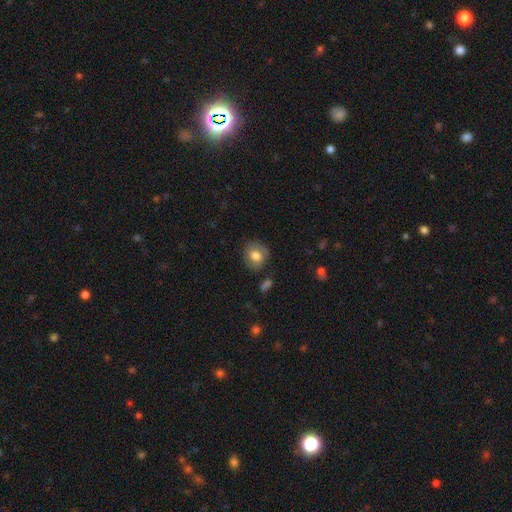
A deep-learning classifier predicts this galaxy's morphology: smooth 69%, featured or disk 23%, star or artifact 8%. Down the decision tree: how rounded — round (68%); merging — none (77%).